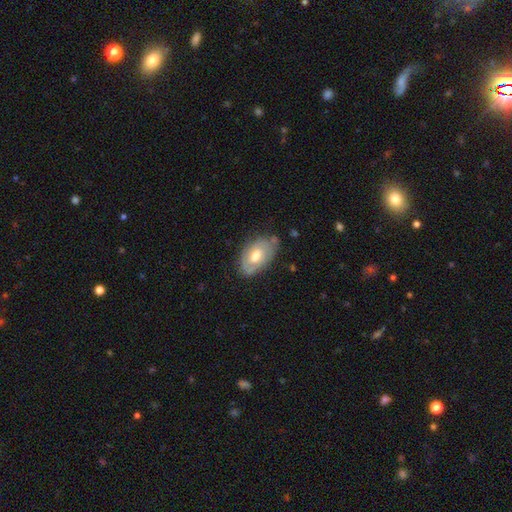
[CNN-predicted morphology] This appears to be a featured or disk galaxy (49%). Merging: none (63%).